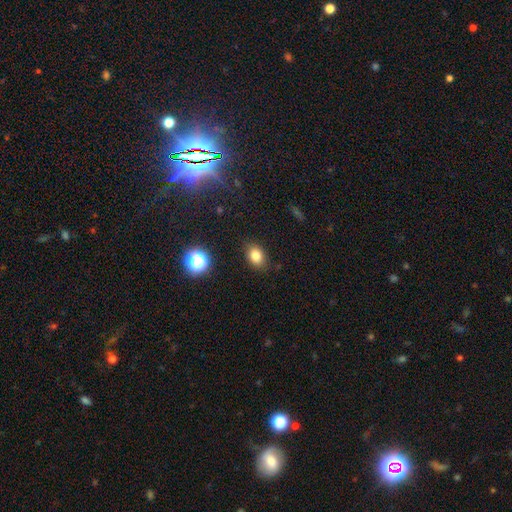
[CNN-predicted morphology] smooth_or_featured: smooth (p=0.81) [alt: star or artifact p=0.12]
how_rounded: in between (p=0.70) [alt: round p=0.28]
merging: none (p=0.85) [alt: minor disturbance p=0.11]